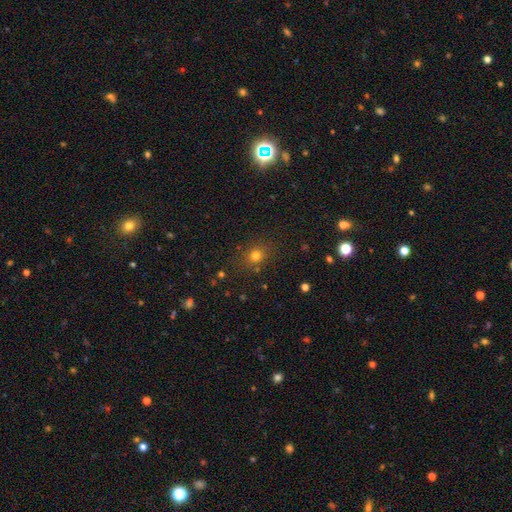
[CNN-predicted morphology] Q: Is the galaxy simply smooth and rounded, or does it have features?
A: smooth — 75%.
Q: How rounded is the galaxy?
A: round — 70%.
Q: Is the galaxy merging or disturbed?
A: none — 83%.